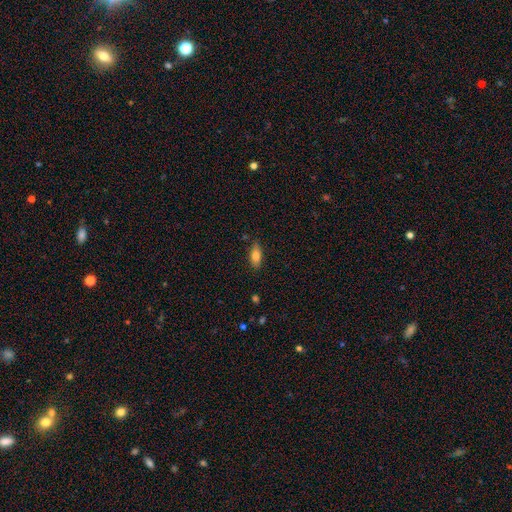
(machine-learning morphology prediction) A smooth galaxy with no disk features (82%) that is in between round and cigar-shaped (81%). Merging: none (83%).